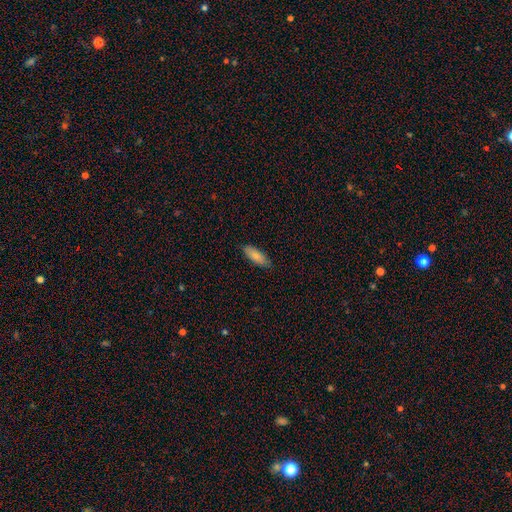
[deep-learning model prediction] smooth_or_featured: smooth (p=0.84) [alt: featured or disk p=0.10]
how_rounded: in between (p=0.70) [alt: cigar-shaped p=0.29]
merging: none (p=0.86) [alt: minor disturbance p=0.11]